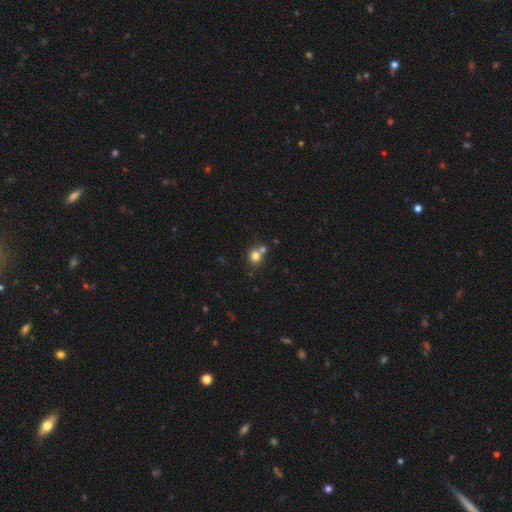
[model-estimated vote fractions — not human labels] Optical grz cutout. It shows a smooth galaxy with no disk features (78%) that is round (83%). Merging: none (51%).